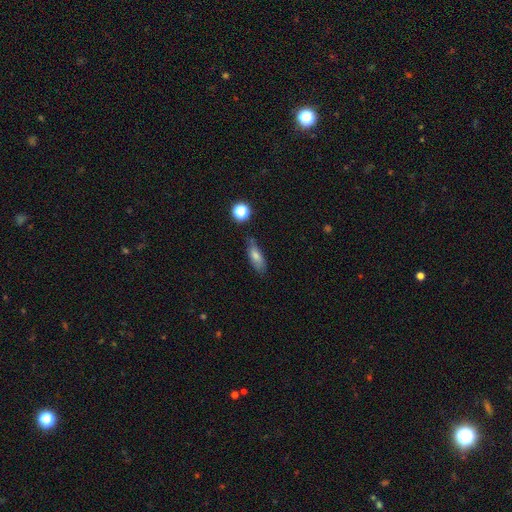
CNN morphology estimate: Q: Smooth or featured?
A: smooth (73%); runner-up: featured or disk (17%)
Q: How rounded?
A: in between (65%); runner-up: cigar-shaped (31%)
Q: Merging?
A: none (70%); runner-up: minor disturbance (21%)